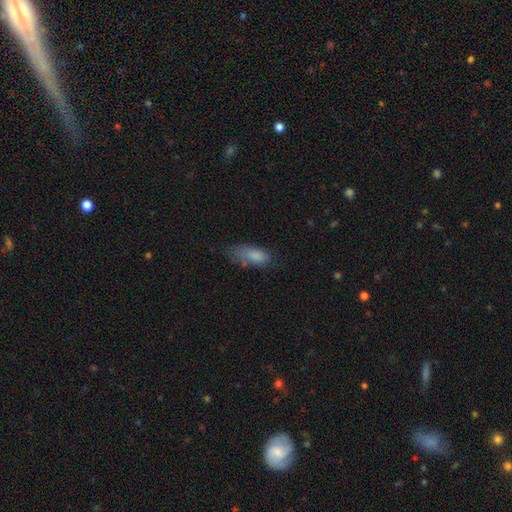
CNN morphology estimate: This appears to be a smooth galaxy with no disk features (80%) that is in between round and cigar-shaped (82%). Merging: none (42%).